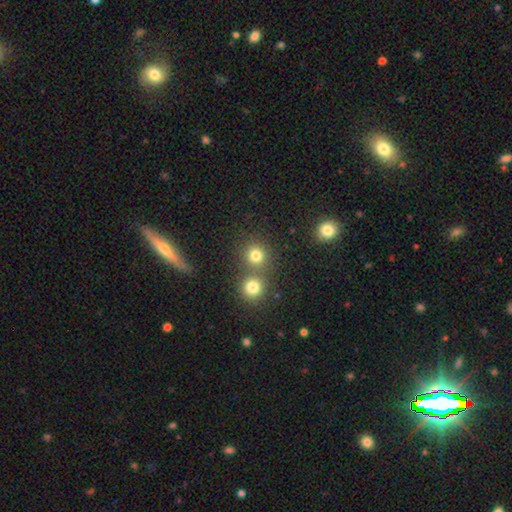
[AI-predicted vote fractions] This is likely a smooth galaxy (78%). How rounded: clearly round (89%). Merging: likely none (62%).